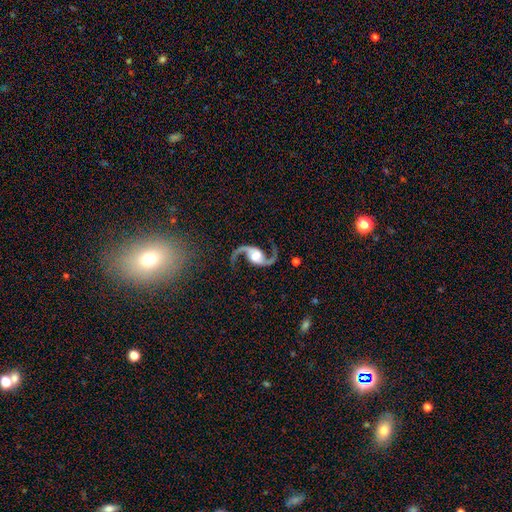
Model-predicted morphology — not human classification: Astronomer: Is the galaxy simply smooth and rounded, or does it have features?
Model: featured or disk — 94%.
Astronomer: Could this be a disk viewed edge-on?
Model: no — 98%.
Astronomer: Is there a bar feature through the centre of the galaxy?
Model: no — 41% (runner-up: weak, 36%).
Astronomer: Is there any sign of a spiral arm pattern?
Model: yes — 98%.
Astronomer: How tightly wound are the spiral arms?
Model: loose — 72%.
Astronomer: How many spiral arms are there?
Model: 2 — 95%.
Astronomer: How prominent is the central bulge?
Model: large — 44% (runner-up: moderate, 34%).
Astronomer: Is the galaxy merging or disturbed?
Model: none — 82%.